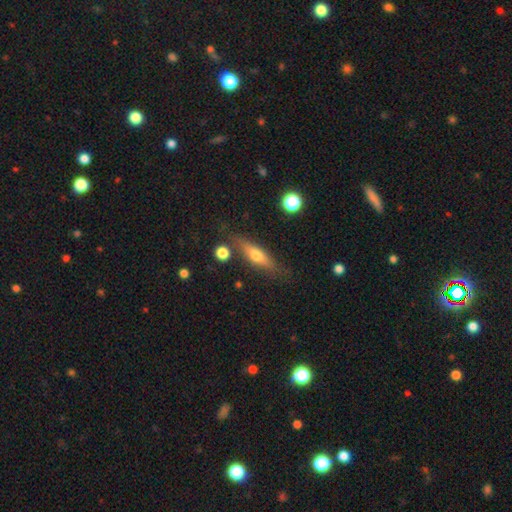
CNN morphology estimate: This is possibly a featured or disk galaxy (48%). Merging: likely none (77%).